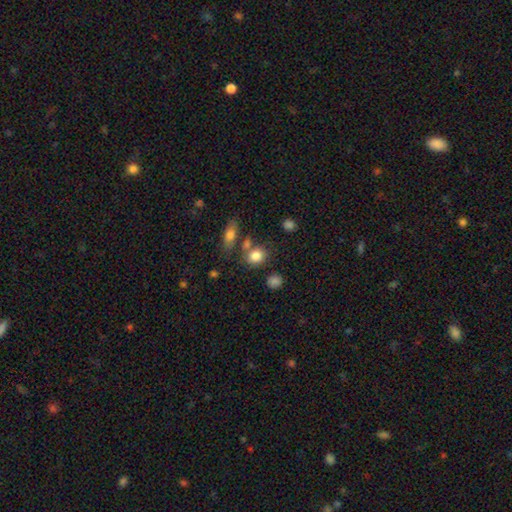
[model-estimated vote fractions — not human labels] Overall: smooth (82%). How rounded: round (65%; in between 33%). Merging: none (64%).